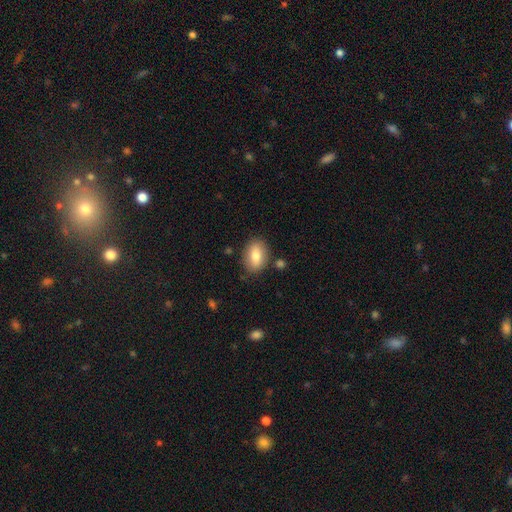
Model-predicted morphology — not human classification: Smooth or featured? Predicted: smooth (p=0.78). How rounded? Predicted: in between (p=0.84). Merging? Predicted: none (p=0.82).